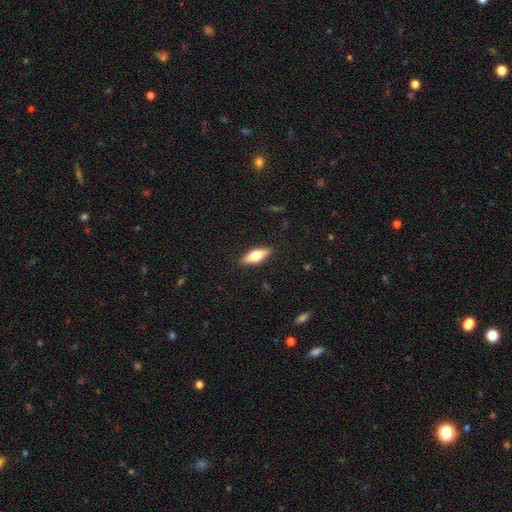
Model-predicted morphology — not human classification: This is possibly a smooth galaxy (58%). How rounded: likely in between (67%). Merging: clearly none (88%).